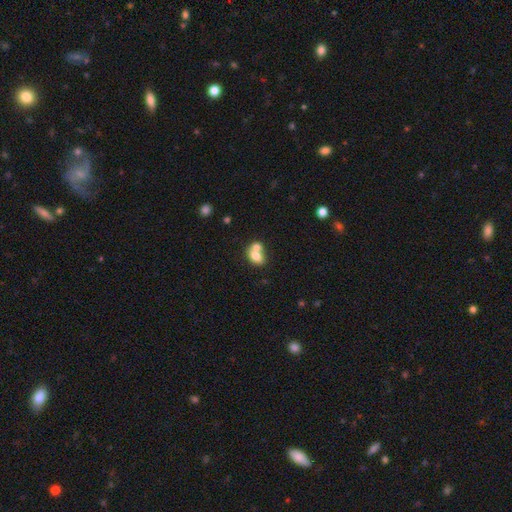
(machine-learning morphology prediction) Smooth or featured: smooth — 73% (featured or disk — 18%)
How rounded: in between — 71% (round — 28%)
Merging: merger — 62% (none — 27%)